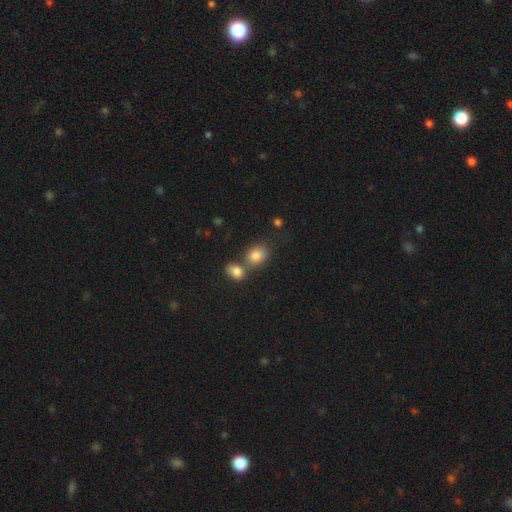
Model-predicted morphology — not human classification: smooth-or-featured: smooth: 82% | star or artifact: 10% | featured or disk: 8%
  how-rounded: round: 50% | in between: 49% | cigar-shaped: 1%
  merging: none: 48% | merger: 39% | minor disturbance: 10% | major disturbance: 4%